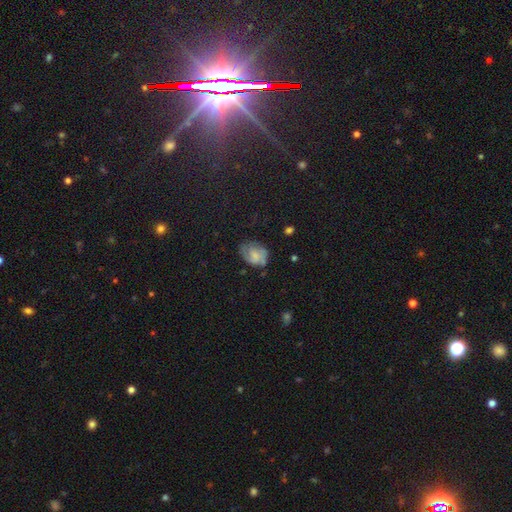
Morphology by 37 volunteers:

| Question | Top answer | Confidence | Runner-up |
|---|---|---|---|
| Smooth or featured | featured or disk | 54% | smooth (46%) |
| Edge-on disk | no | 100% | — |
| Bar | weak | 45% | tied: no (45%) |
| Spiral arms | yes | 65% | no (35%) |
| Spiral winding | medium | 62% | tight (38%) |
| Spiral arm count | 2 | 46% | can't tell (31%) |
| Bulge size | small | 50% | none (30%) |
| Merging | none | 51% | minor disturbance (35%) |